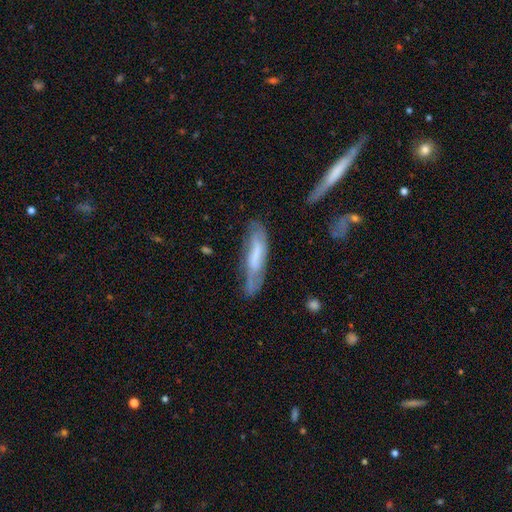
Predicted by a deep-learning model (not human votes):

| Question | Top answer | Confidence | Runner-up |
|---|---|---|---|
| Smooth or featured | featured or disk | 51% | smooth (41%) |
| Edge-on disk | no | 57% | yes (43%) |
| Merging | none | 59% | minor disturbance (27%) |